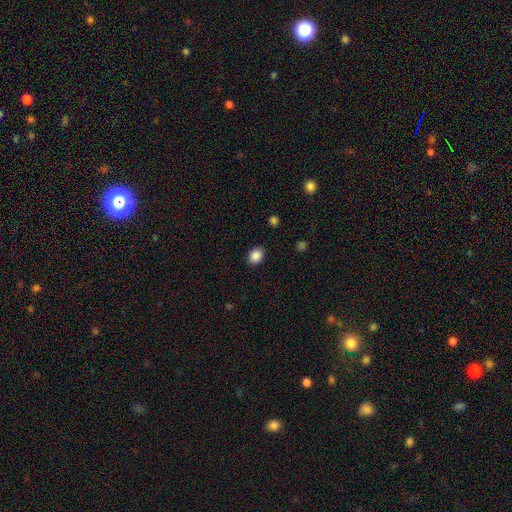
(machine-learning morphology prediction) A smooth galaxy with no disk features (87%) that is round (56%).

Vote fractions:
- Smooth or featured? smooth: 87% / star or artifact: 9% / featured or disk: 3%
- How rounded? round: 56% / in between: 43% / cigar-shaped: 1%
- Merging? none: 88% / minor disturbance: 9% / major disturbance: 3% / merger: 1%